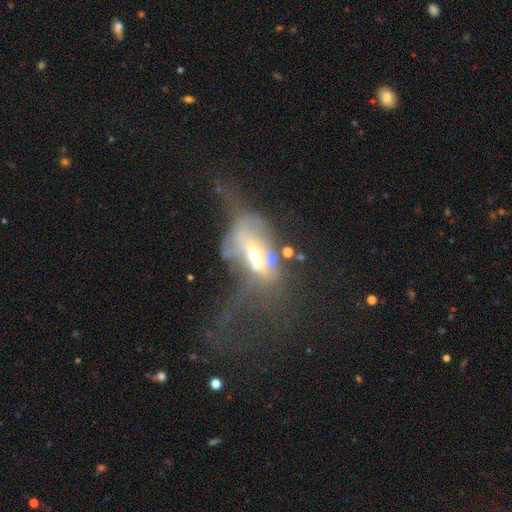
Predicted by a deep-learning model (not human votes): featured or disk 58%, smooth 31%, star or artifact 11%. Down the decision tree: edge-on disk — no (81%); merging — major disturbance (60%).